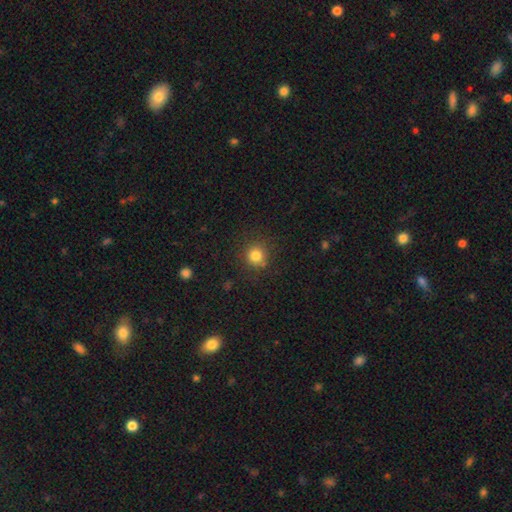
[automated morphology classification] smooth_or_featured: smooth (p=0.81) [alt: star or artifact p=0.13]
how_rounded: round (p=0.92) [alt: in between p=0.07]
merging: none (p=0.85) [alt: minor disturbance p=0.10]